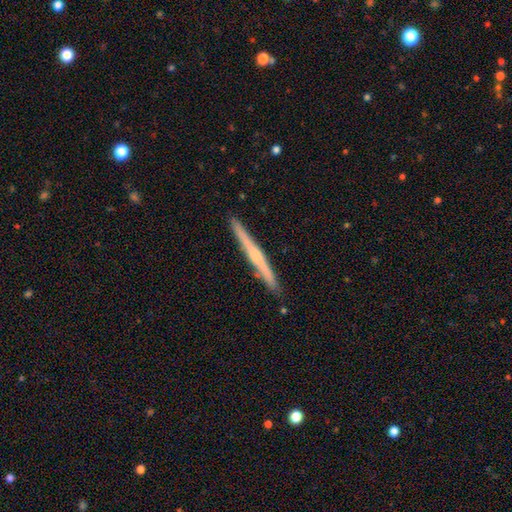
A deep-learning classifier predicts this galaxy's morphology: Smooth or featured: featured or disk — 62% (smooth — 33%)
Edge-on disk: yes — 98% (no — 2%)
Edge-on bulge: none — 47% (rounded — 44%)
Merging: none — 91% (minor disturbance — 7%)